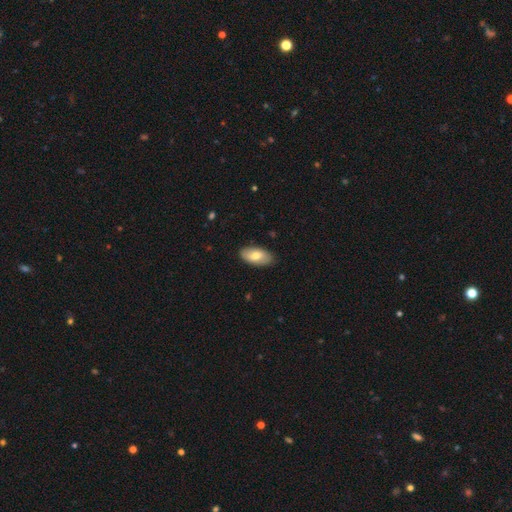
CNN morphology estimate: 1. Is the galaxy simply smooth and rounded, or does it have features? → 73% smooth, 21% featured or disk, 6% star or artifact.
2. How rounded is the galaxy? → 93% in between, 4% cigar-shaped, 3% round.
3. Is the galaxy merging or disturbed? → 86% none, 11% minor disturbance, 2% major disturbance, 1% merger.